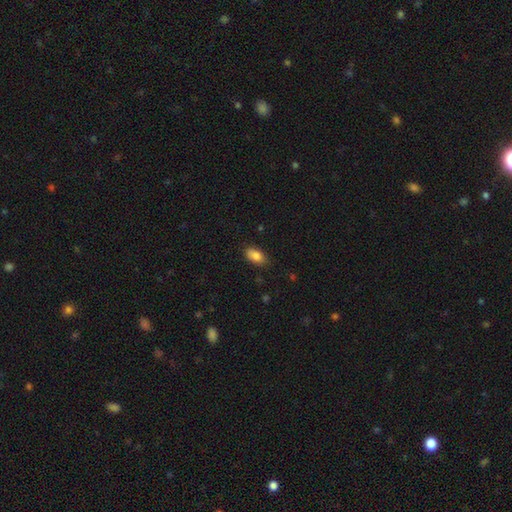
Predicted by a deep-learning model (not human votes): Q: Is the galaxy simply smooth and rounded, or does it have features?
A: smooth — 85%.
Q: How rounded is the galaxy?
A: in between — 91%.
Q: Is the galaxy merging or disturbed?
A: none — 83%.